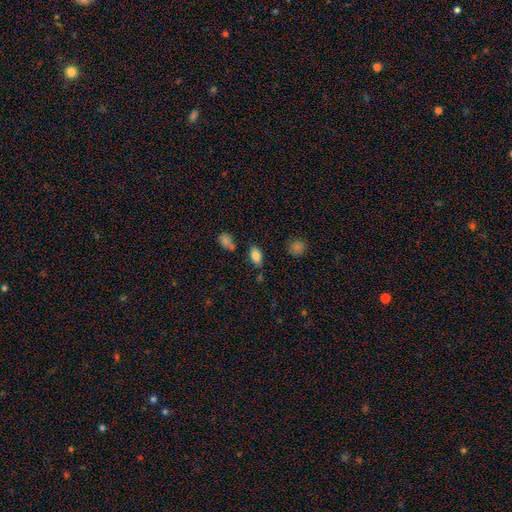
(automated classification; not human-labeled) This is clearly a smooth galaxy (82%). How rounded: clearly in between (89%). Merging: likely none (72%).